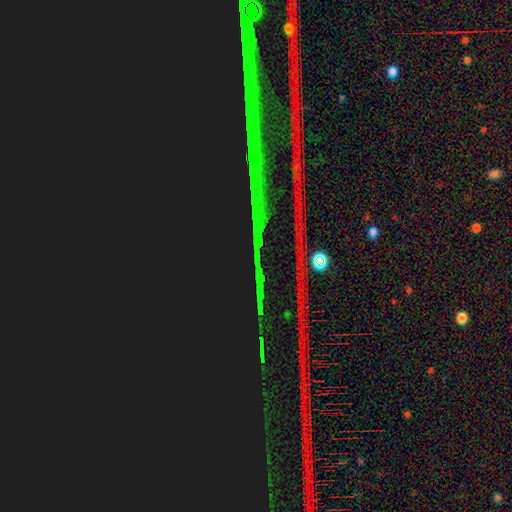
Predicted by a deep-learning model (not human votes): Morphology: type=star or artifact (87%).